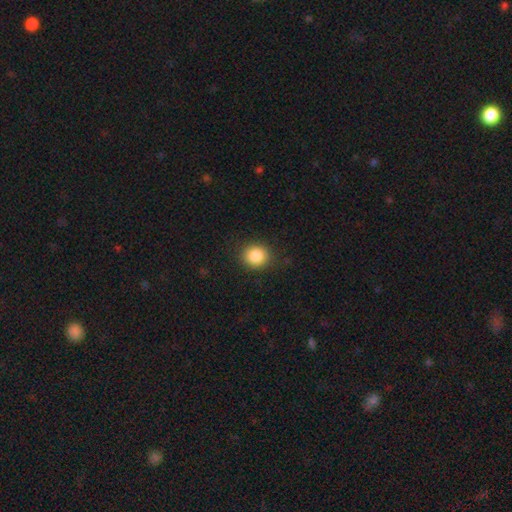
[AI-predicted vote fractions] This appears to be a smooth galaxy with no disk features (86%) that is round (80%). Merging: none (88%).